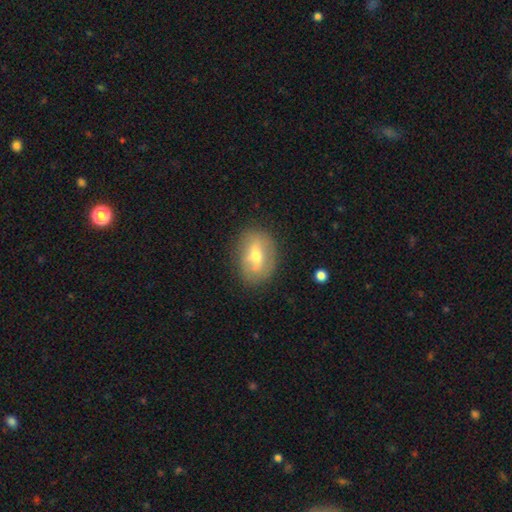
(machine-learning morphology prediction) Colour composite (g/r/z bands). It shows a smooth galaxy with no disk features (48%). Merging: none (79%).